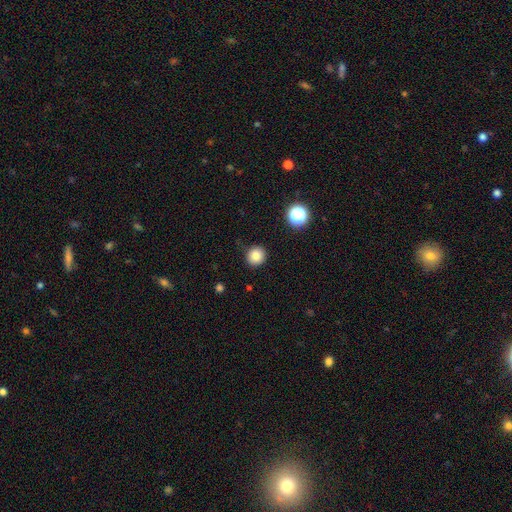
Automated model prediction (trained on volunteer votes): smooth 82%, star or artifact 12%, featured or disk 6%. Down the decision tree: how rounded — round (93%); merging — none (89%).